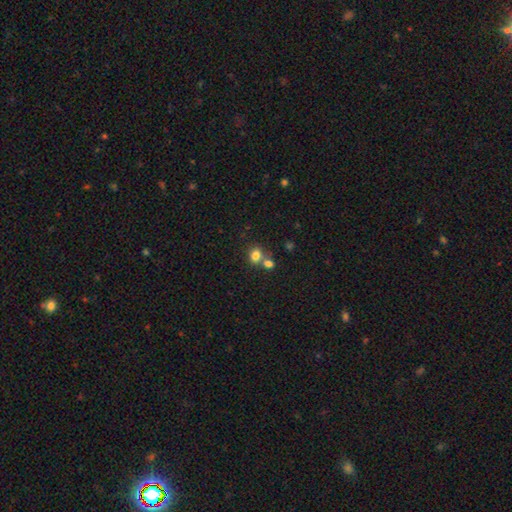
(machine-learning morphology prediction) The model was most divided on "how rounded": round: 52%, in between: 47%, cigar-shaped: 1%. Remaining: smooth or featured — smooth (80%); merging — none (48%).